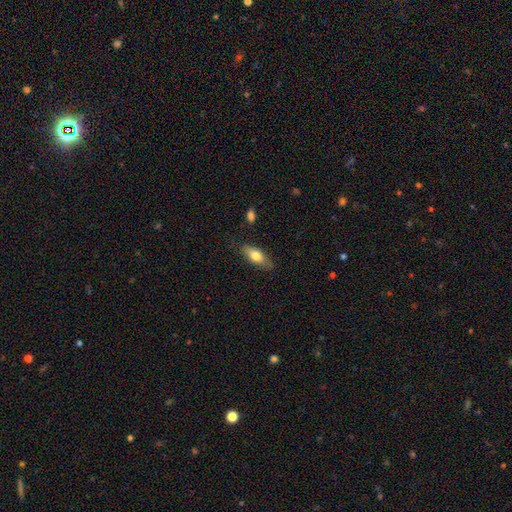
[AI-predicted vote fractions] Smooth or featured? Predicted: smooth (p=0.72). How rounded? Predicted: in between (p=0.73). Merging? Predicted: none (p=0.78).